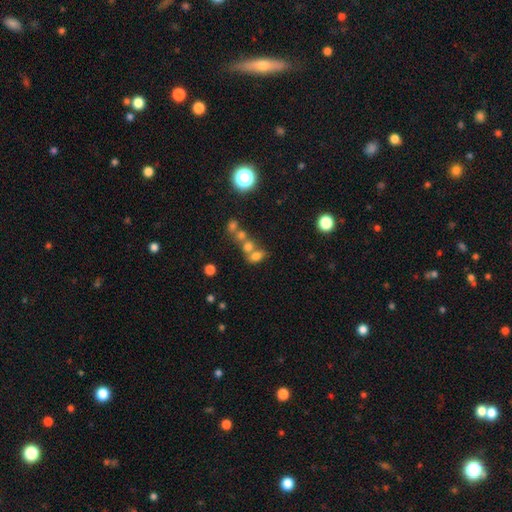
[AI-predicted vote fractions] Overall: smooth (66%). How rounded: in between (68%; round 30%). Merging: merger (49%; none 36%).